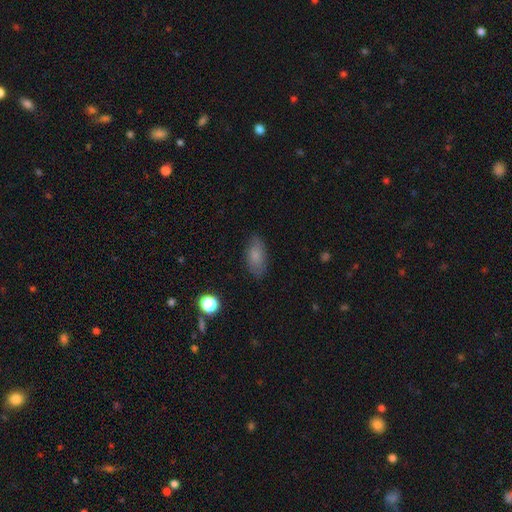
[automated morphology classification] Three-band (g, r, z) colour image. It shows a smooth galaxy with no disk features (76%) that is in between round and cigar-shaped (90%). Merging: none (80%).